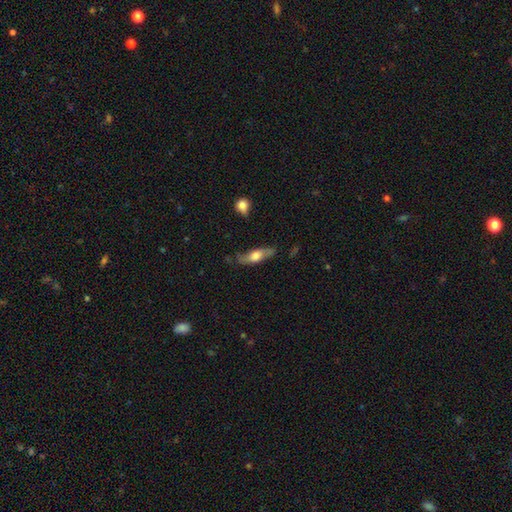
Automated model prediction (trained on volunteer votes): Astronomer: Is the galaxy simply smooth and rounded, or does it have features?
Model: smooth — 51% (runner-up: featured or disk, 43%).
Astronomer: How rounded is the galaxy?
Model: in between — 53% (runner-up: cigar-shaped, 43%).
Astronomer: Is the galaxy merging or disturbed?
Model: none — 73%.